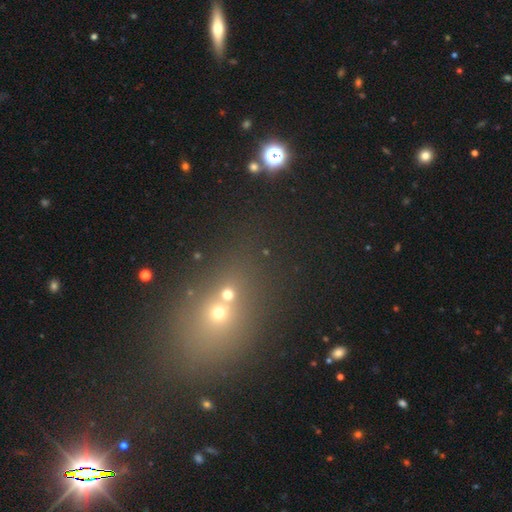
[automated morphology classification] Overall: star or artifact (50%; smooth 36%).